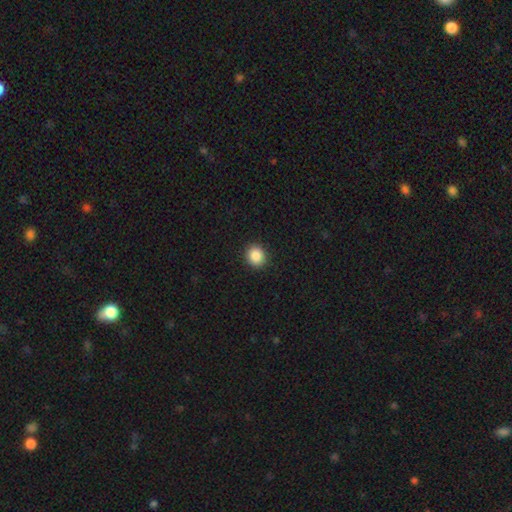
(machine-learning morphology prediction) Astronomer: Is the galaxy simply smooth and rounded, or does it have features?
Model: smooth — 87%.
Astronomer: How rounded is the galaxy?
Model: round — 82%.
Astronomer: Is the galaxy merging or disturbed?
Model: none — 92%.